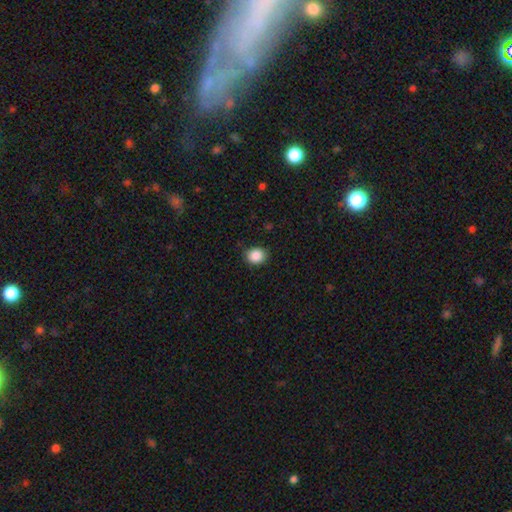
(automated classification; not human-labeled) A smooth galaxy with no disk features (88%) that is round (69%). Merging: none (85%).